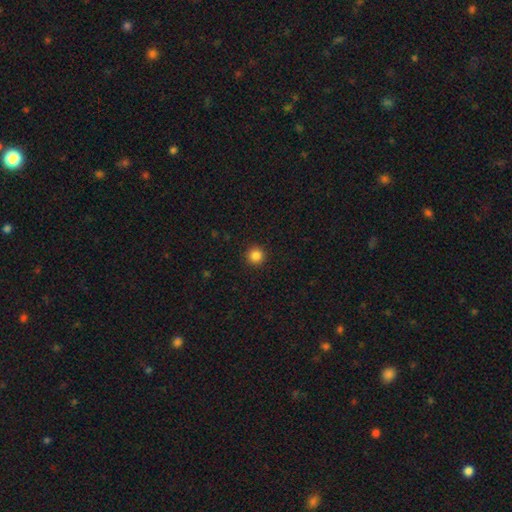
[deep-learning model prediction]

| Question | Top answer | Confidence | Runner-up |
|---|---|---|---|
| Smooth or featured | smooth | 86% | star or artifact (11%) |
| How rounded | round | 95% | in between (4%) |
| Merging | none | 93% | minor disturbance (5%) |